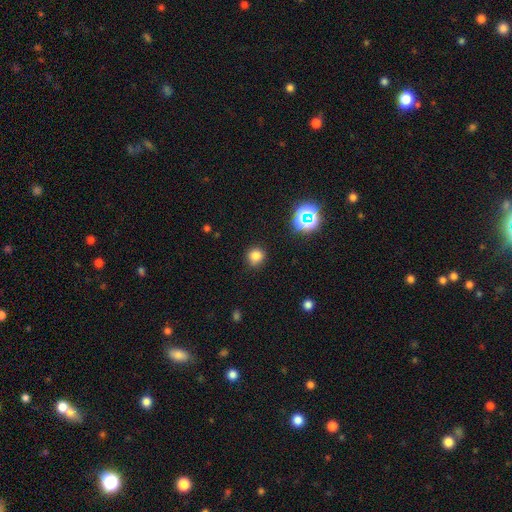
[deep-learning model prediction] Overall: smooth (78%). How rounded: round (89%). Merging: none (86%).